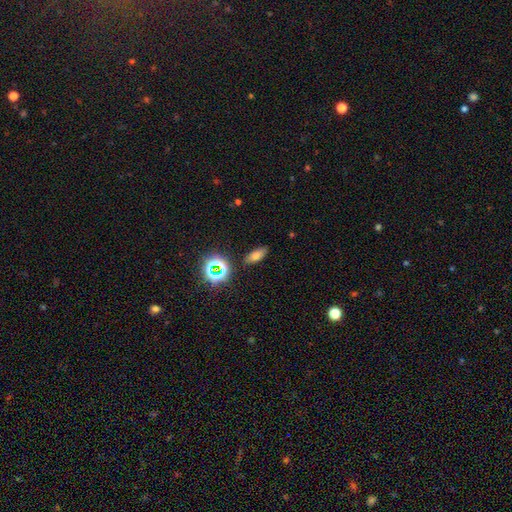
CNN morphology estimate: Overall: smooth (66%). How rounded: in between (73%). Merging: none (86%).